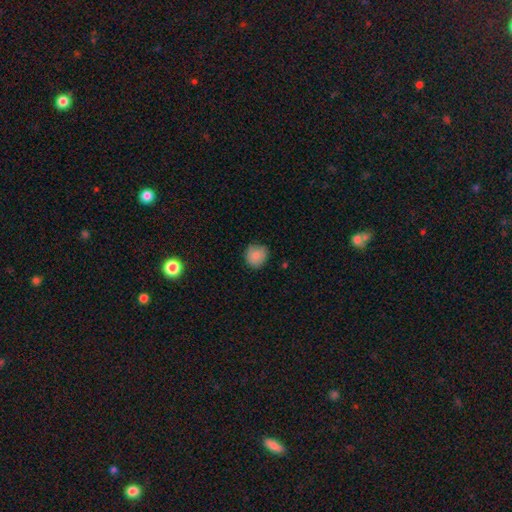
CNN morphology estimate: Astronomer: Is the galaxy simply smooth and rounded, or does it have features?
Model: smooth — 85%.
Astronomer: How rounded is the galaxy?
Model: round — 86%.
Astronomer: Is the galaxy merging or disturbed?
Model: none — 76%.